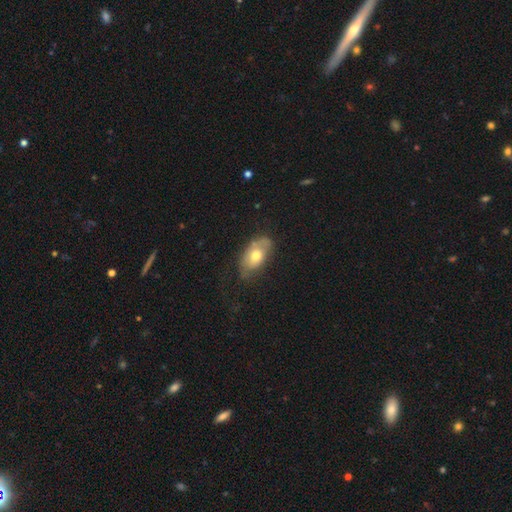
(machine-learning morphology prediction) Smooth or featured?
  - smooth: 63% *
  - featured or disk: 30%
  - star or artifact: 7%
How rounded?
  - in between: 91% *
  - round: 6%
  - cigar-shaped: 3%
Merging?
  - none: 59% *
  - minor disturbance: 30%
  - major disturbance: 9%
  - merger: 2%